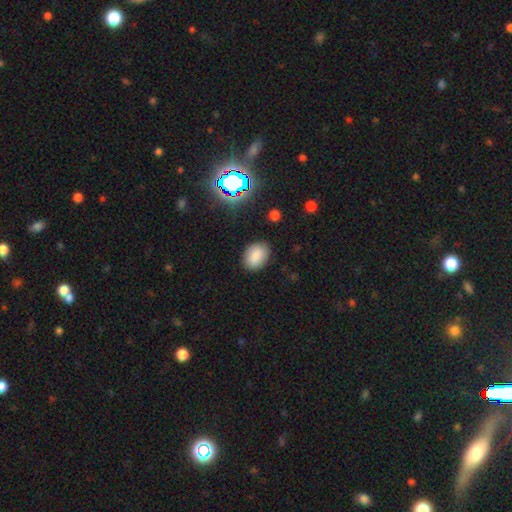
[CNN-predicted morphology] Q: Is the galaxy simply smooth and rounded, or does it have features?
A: smooth — 84%.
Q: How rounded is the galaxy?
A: in between — 79%.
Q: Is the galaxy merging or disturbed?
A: none — 86%.